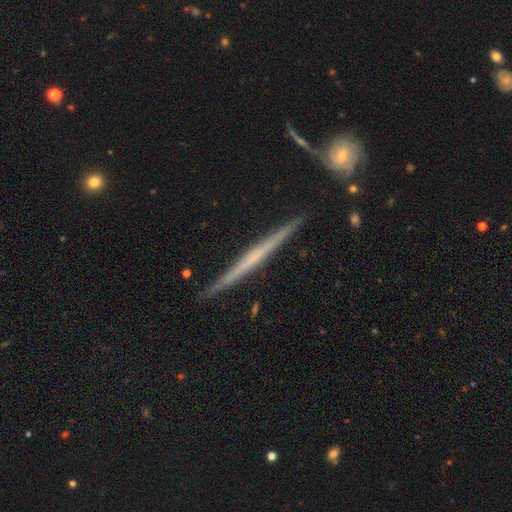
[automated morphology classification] featured or disk 72%, smooth 22%, star or artifact 6%. Down the decision tree: edge-on disk — yes (98%); edge-on bulge — none (72%); merging — none (89%).